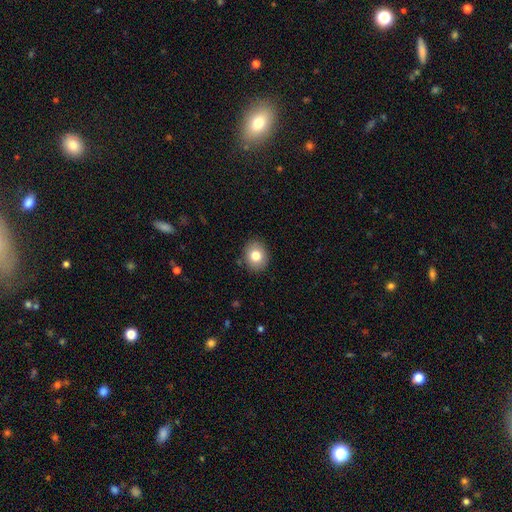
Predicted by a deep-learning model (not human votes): smooth_or_featured: smooth (p=0.79) [alt: featured or disk p=0.11]
how_rounded: round (p=0.68) [alt: in between p=0.32]
merging: none (p=0.88) [alt: minor disturbance p=0.08]